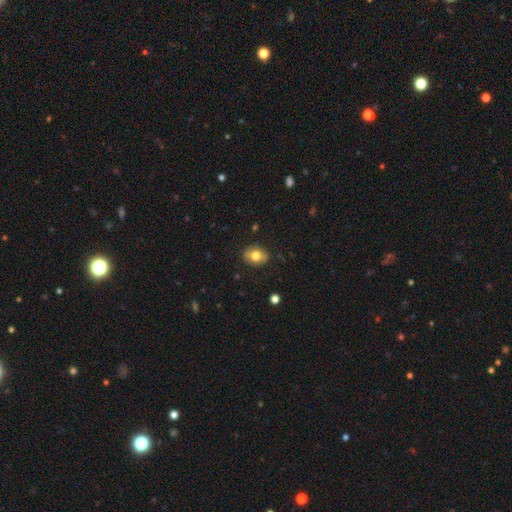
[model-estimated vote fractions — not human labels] Overall: smooth (69%). How rounded: in between (63%; round 35%). Merging: none (84%).